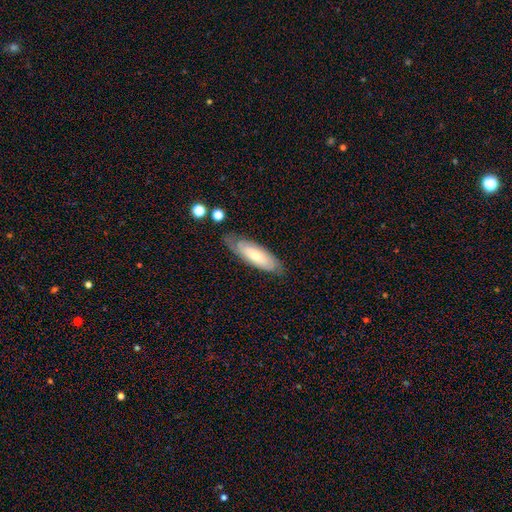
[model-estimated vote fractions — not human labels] This is possibly a smooth galaxy (51%). How rounded: possibly in between (58%). Merging: likely none (73%).